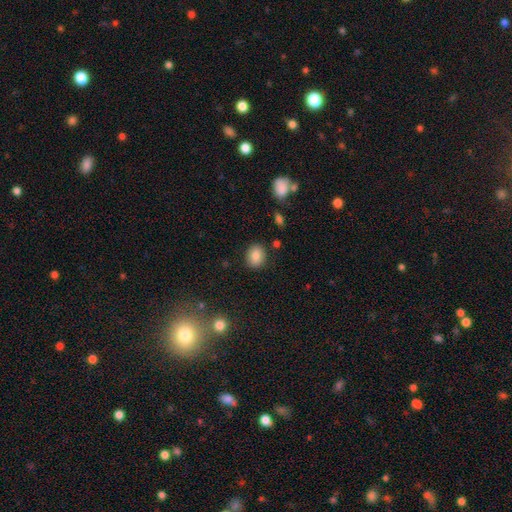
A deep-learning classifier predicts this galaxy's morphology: smooth_or_featured: smooth (p=0.83) [alt: star or artifact p=0.09]
how_rounded: round (p=0.55) [alt: in between p=0.44]
merging: none (p=0.87) [alt: minor disturbance p=0.09]